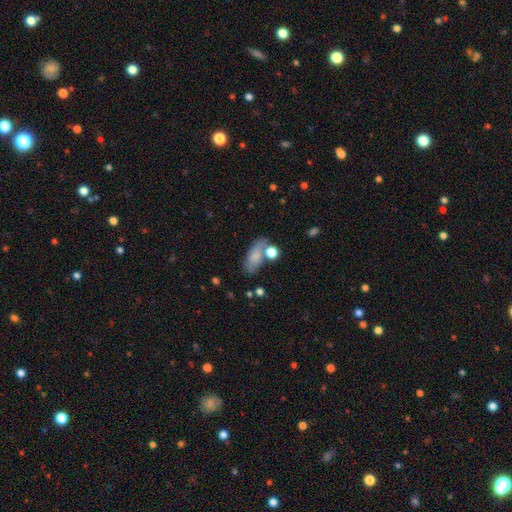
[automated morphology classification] This is likely a smooth galaxy (75%). How rounded: likely in between (78%). Merging: possibly none (56%).